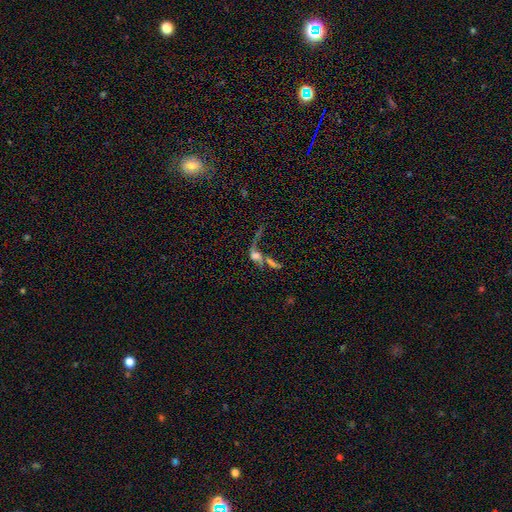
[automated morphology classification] A featured or disk galaxy (43%). Merging: merger (46%).